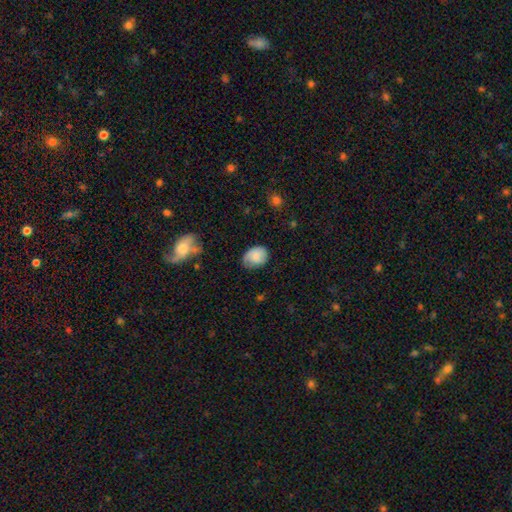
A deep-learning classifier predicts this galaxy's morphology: smooth 77%, featured or disk 15%, star or artifact 8%. Down the decision tree: how rounded — in between (65%); merging — none (59%).